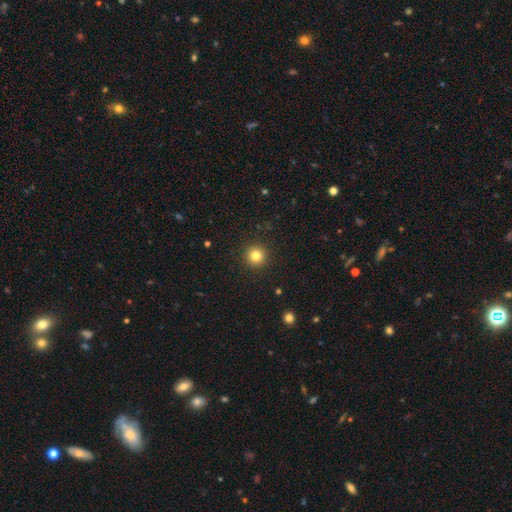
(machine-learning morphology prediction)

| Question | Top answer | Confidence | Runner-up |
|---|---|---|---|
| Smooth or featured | smooth | 81% | star or artifact (12%) |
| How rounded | round | 96% | in between (3%) |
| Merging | none | 93% | minor disturbance (5%) |